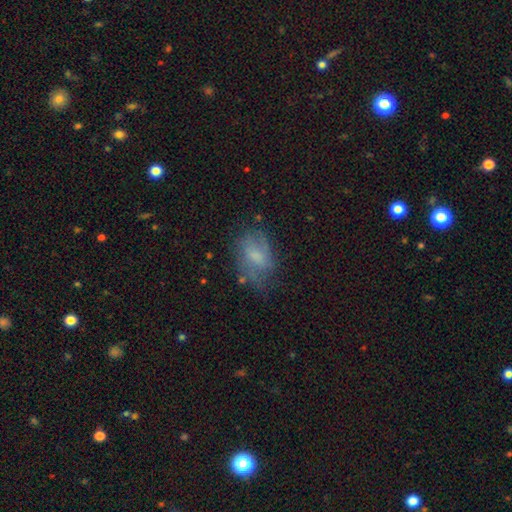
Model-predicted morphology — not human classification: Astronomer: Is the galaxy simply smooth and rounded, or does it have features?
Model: smooth — 48% (runner-up: featured or disk, 42%).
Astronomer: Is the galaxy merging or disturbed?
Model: none — 52% (runner-up: minor disturbance, 28%).